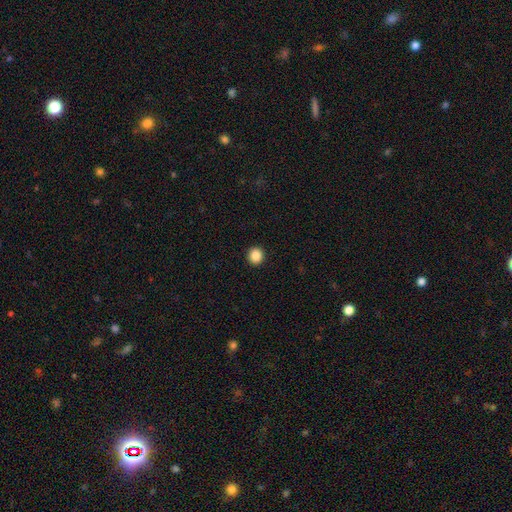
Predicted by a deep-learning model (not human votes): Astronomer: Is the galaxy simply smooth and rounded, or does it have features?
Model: smooth — 87%.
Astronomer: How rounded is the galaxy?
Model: round — 90%.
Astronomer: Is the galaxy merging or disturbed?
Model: none — 93%.